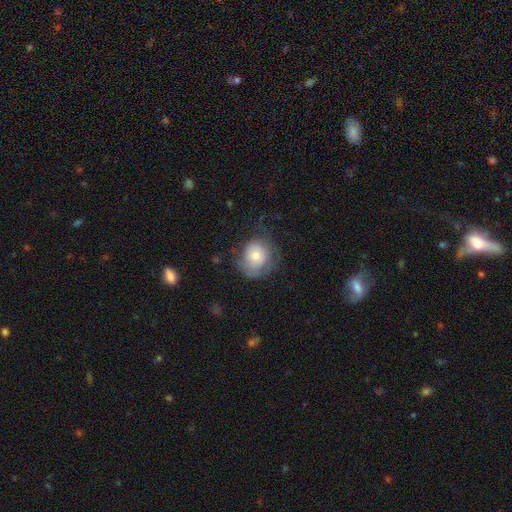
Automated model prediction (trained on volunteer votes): Smooth or featured? smooth (64%)
How rounded? round (79%)
Merging? none (55%)